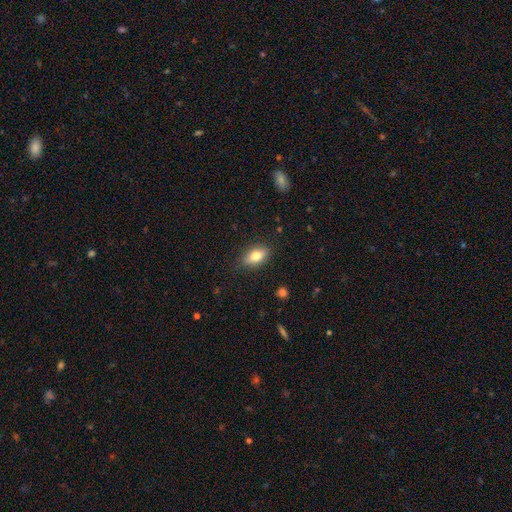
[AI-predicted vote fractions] A smooth galaxy with no disk features (73%) that is in between round and cigar-shaped (85%). Merging: none (85%).